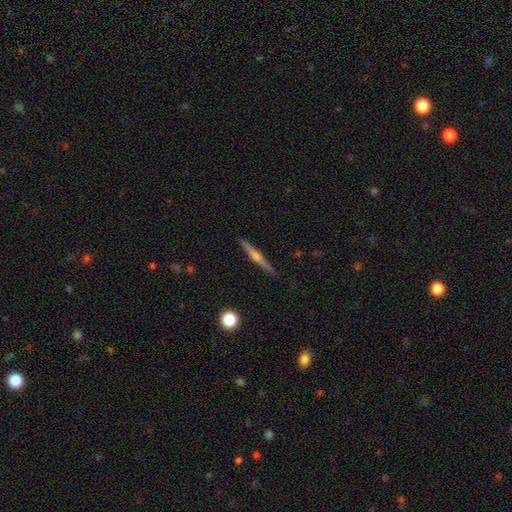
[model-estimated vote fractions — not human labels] smooth_or_featured: featured or disk (p=0.75) [alt: smooth p=0.19]
disk_edge_on: yes (p=0.98) [alt: no p=0.02]
edge_on_bulge: rounded (p=0.85) [alt: none p=0.08]
merging: none (p=0.91) [alt: minor disturbance p=0.06]